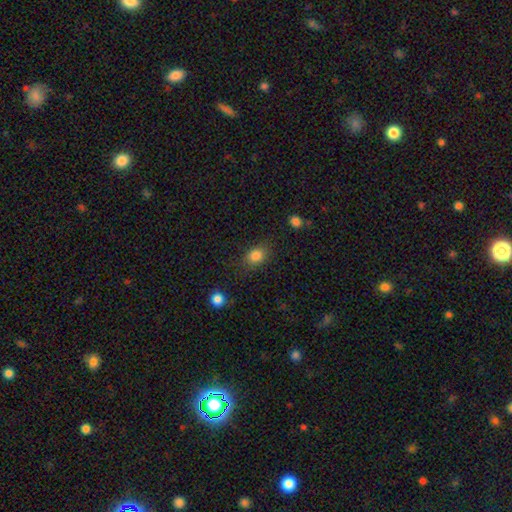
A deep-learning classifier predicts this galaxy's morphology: Smooth or featured?
  - smooth: 83% *
  - star or artifact: 11%
  - featured or disk: 6%
How rounded?
  - in between: 56% *
  - round: 43%
  - cigar-shaped: 1%
Merging?
  - none: 79% *
  - minor disturbance: 14%
  - major disturbance: 4%
  - merger: 2%